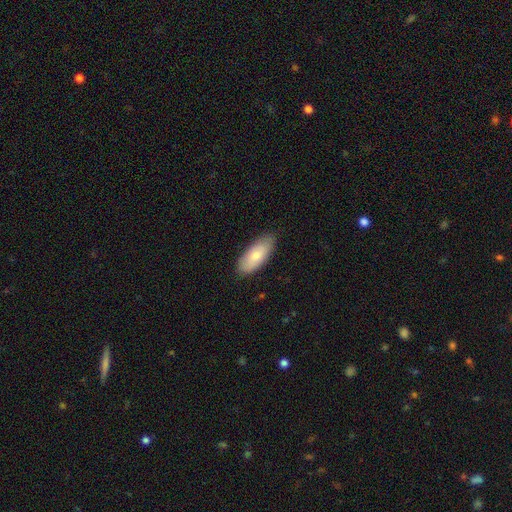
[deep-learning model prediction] smooth 77%, featured or disk 18%, star or artifact 5%. Down the decision tree: how rounded — in between (86%); merging — none (83%).